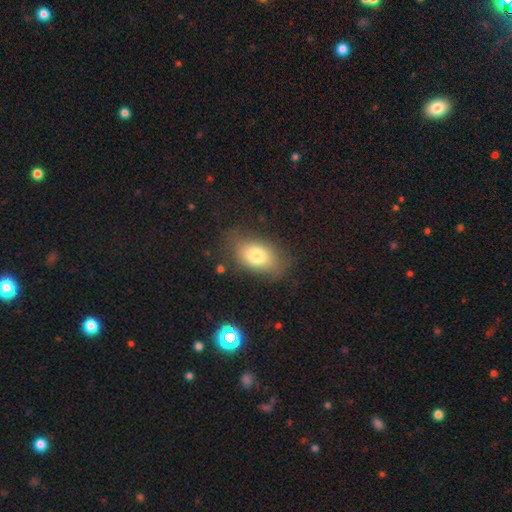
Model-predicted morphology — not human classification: This appears to be a smooth galaxy with no disk features (77%) that is in between round and cigar-shaped (86%). Merging: none (74%).